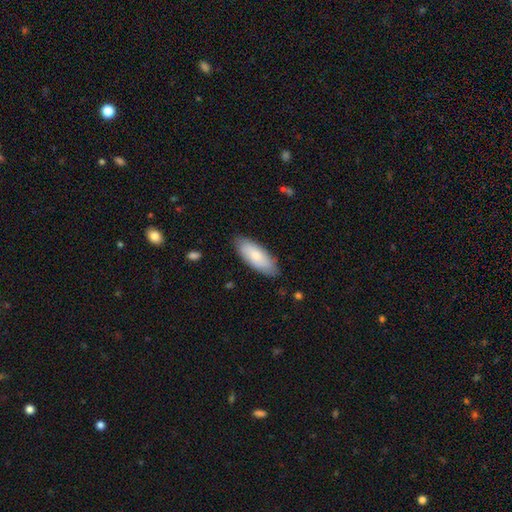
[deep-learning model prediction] Q: Smooth or featured?
A: smooth (77%); runner-up: featured or disk (18%)
Q: How rounded?
A: in between (78%); runner-up: cigar-shaped (21%)
Q: Merging?
A: none (83%); runner-up: minor disturbance (14%)